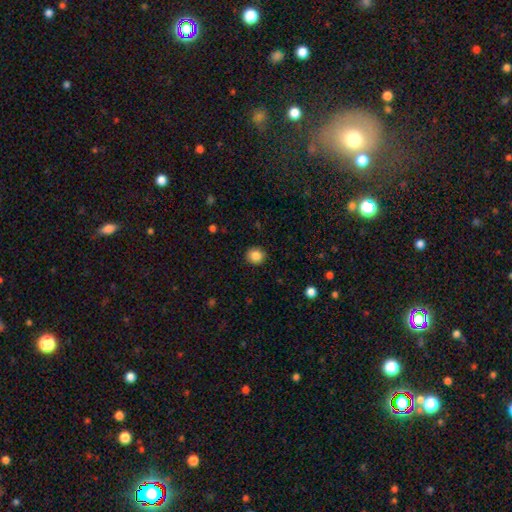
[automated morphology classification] Smooth or featured? Predicted: smooth (p=0.85). How rounded? Predicted: round (p=0.85). Merging? Predicted: none (p=0.91).